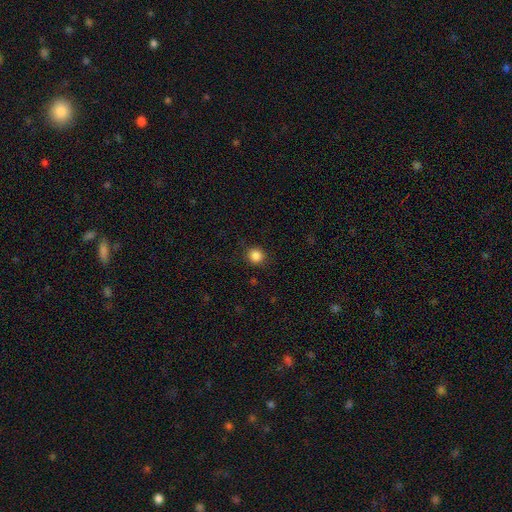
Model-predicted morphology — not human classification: Smooth or featured?
  - smooth: 86% *
  - star or artifact: 11%
  - featured or disk: 4%
How rounded?
  - round: 90% *
  - in between: 9%
  - cigar-shaped: 1%
Merging?
  - none: 89% *
  - minor disturbance: 7%
  - major disturbance: 3%
  - merger: 1%